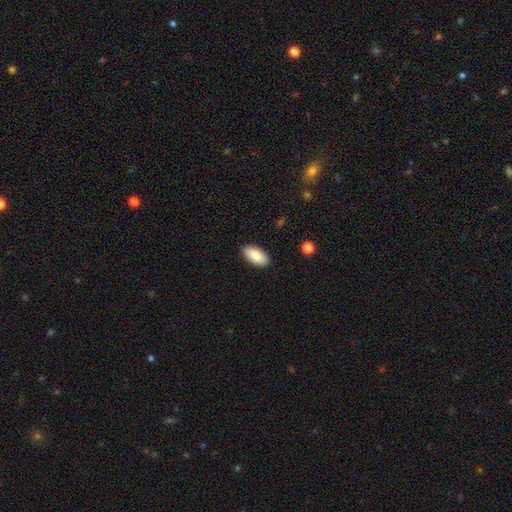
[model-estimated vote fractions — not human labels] A smooth galaxy with no disk features (85%) that is in between round and cigar-shaped (95%).

Vote fractions:
- Smooth or featured? smooth: 85% / featured or disk: 9% / star or artifact: 6%
- How rounded? in between: 95% / cigar-shaped: 3% / round: 2%
- Merging? none: 89% / minor disturbance: 8% / major disturbance: 2% / merger: 1%